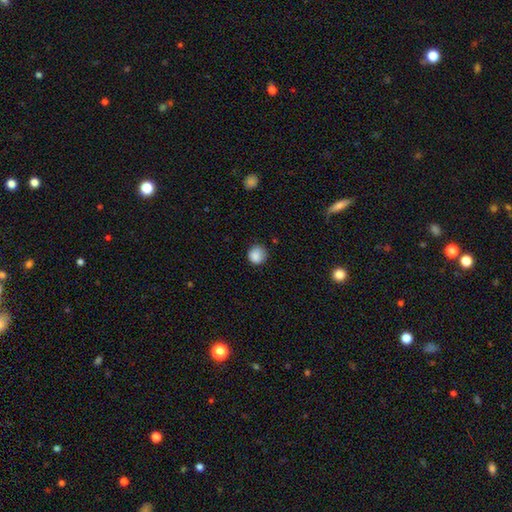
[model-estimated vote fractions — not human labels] smooth_or_featured: smooth (p=0.86) [alt: star or artifact p=0.09]
how_rounded: round (p=0.89) [alt: in between p=0.10]
merging: none (p=0.76) [alt: minor disturbance p=0.18]